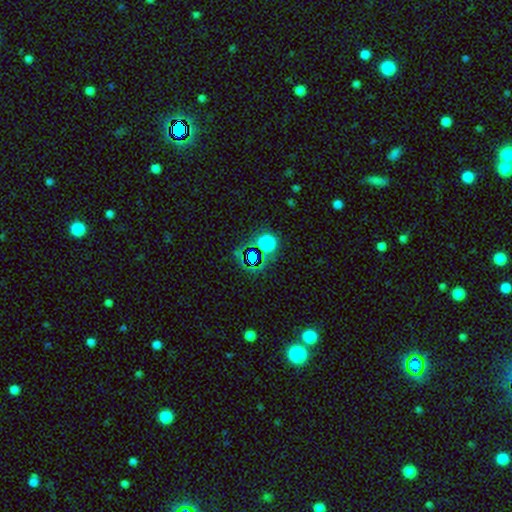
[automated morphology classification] smooth_or_featured: star or artifact (p=0.62) [alt: smooth p=0.26]